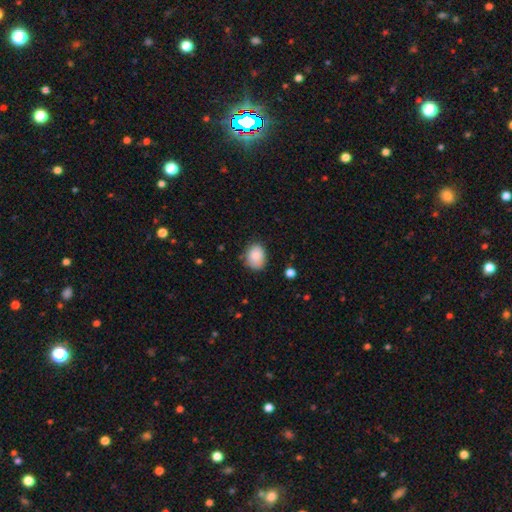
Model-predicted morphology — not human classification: A smooth galaxy with no disk features (87%) that is in between round and cigar-shaped (62%).

Vote fractions:
- Smooth or featured? smooth: 87% / star or artifact: 8% / featured or disk: 6%
- How rounded? in between: 62% / round: 37% / cigar-shaped: 1%
- Merging? none: 74% / minor disturbance: 20% / major disturbance: 4% / merger: 2%